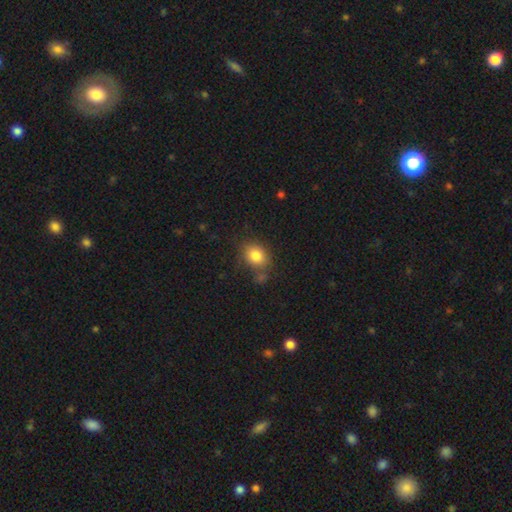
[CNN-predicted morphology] A smooth galaxy with no disk features (83%) that is round (53%). Merging: none (72%).